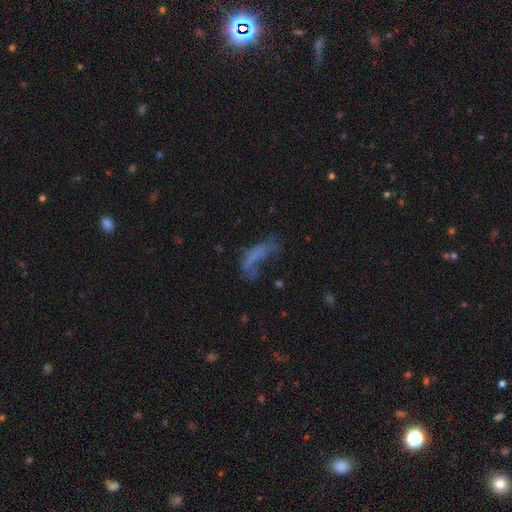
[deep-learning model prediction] Smooth or featured? smooth (49%)
Merging? major disturbance (41%)